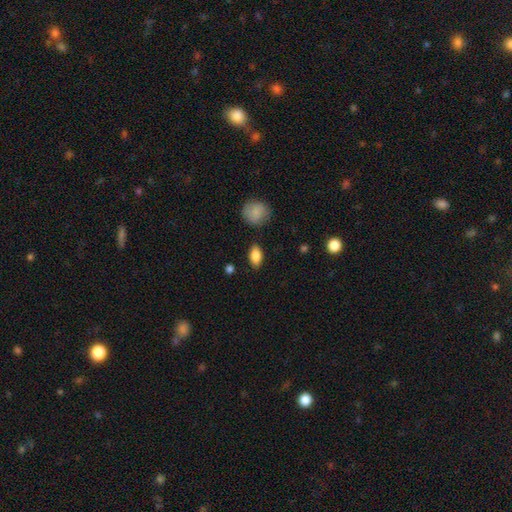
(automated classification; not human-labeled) This is clearly a smooth galaxy (83%). How rounded: clearly in between (89%). Merging: clearly none (85%).